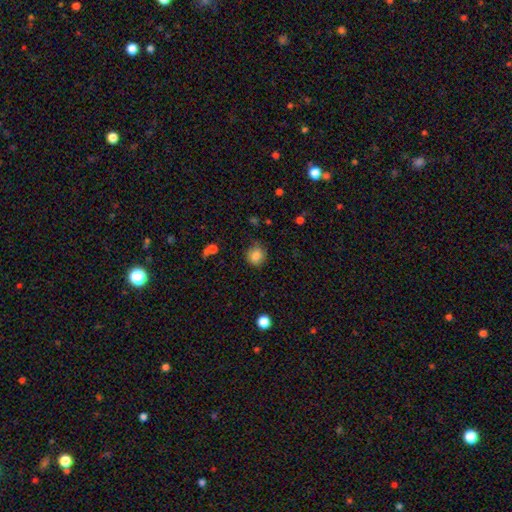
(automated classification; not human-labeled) Smooth or featured? smooth (85%)
How rounded? round (87%)
Merging? none (81%)